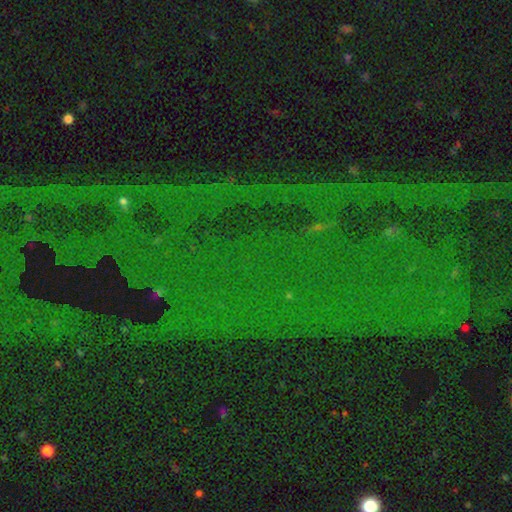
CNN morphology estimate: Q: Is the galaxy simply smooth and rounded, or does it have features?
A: star or artifact — 83%.